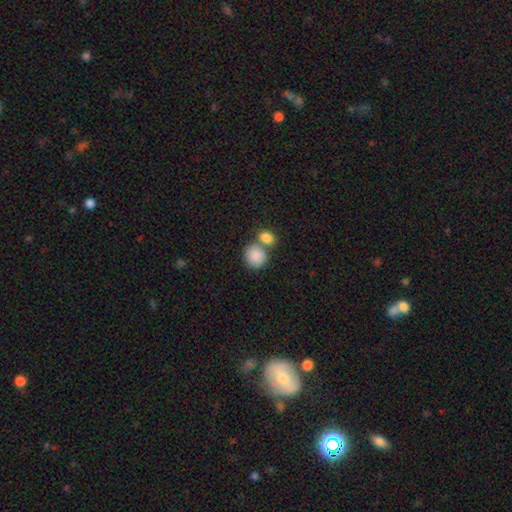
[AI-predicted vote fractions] Smooth or featured?
  - smooth: 87% *
  - star or artifact: 7%
  - featured or disk: 6%
How rounded?
  - round: 79% *
  - in between: 20%
  - cigar-shaped: 1%
Merging?
  - none: 48% *
  - merger: 39%
  - minor disturbance: 10%
  - major disturbance: 4%